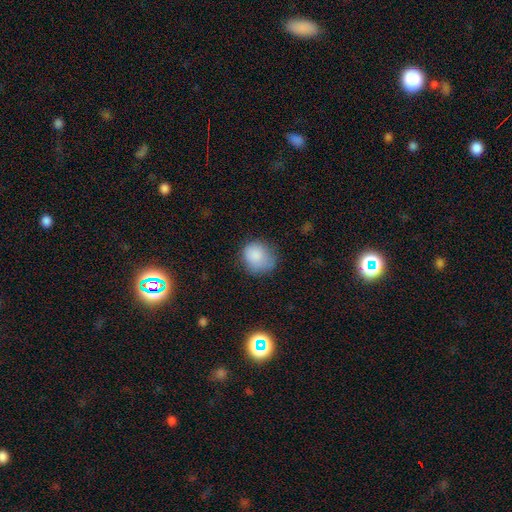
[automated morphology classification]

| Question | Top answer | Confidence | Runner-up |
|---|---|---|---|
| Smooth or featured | smooth | 86% | star or artifact (8%) |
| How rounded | round | 77% | in between (23%) |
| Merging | none | 63% | minor disturbance (27%) |